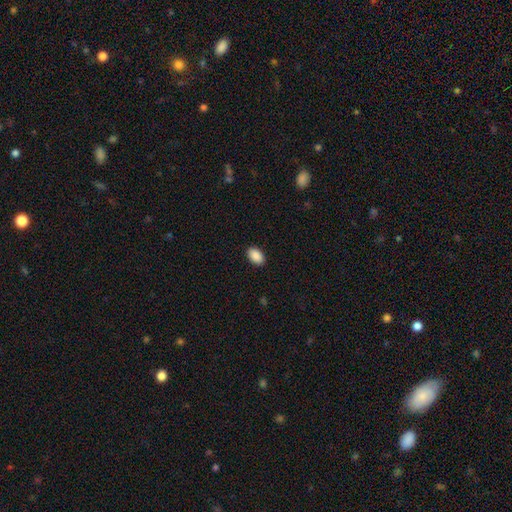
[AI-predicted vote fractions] smooth-or-featured: smooth: 90% | star or artifact: 7% | featured or disk: 3%
  how-rounded: in between: 92% | round: 7% | cigar-shaped: 1%
  merging: none: 90% | minor disturbance: 7% | major disturbance: 2% | merger: 1%